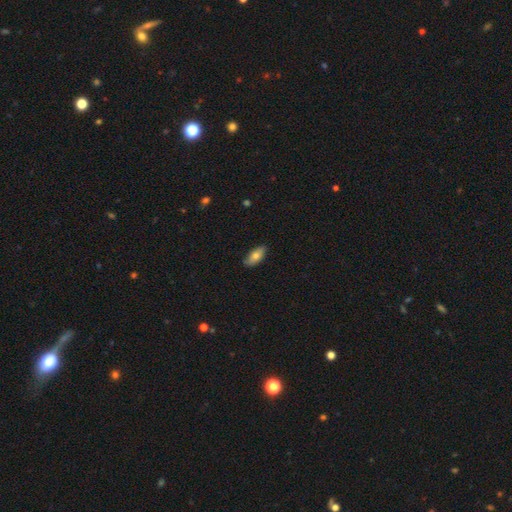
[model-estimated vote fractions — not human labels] This is likely a smooth galaxy (72%). How rounded: clearly in between (86%). Merging: clearly none (81%).